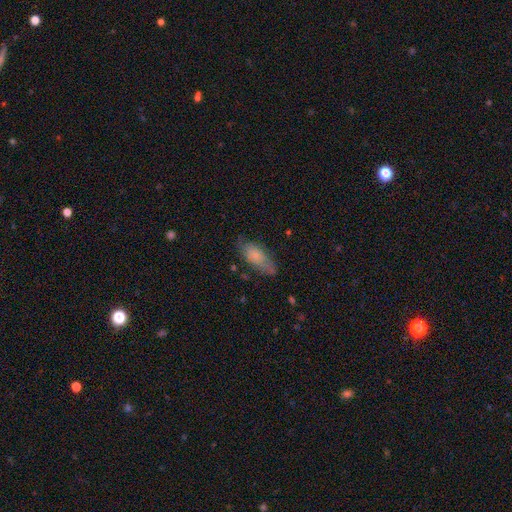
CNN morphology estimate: Smooth or featured: smooth — 75% (featured or disk — 18%)
How rounded: in between — 81% (cigar-shaped — 16%)
Merging: none — 66% (minor disturbance — 25%)